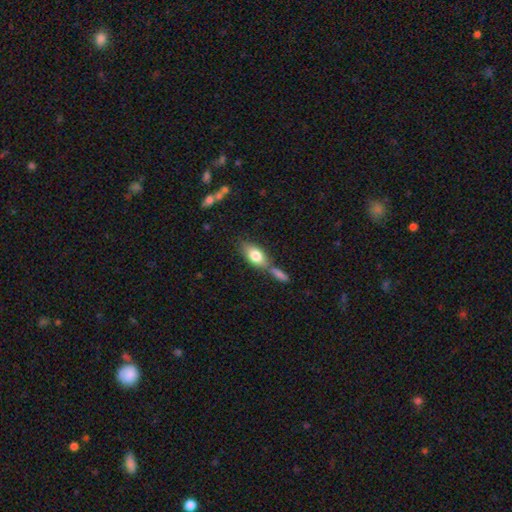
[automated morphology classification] Q: Smooth or featured?
A: smooth (74%); runner-up: featured or disk (19%)
Q: How rounded?
A: in between (83%); runner-up: cigar-shaped (12%)
Q: Merging?
A: none (50%); runner-up: merger (31%)